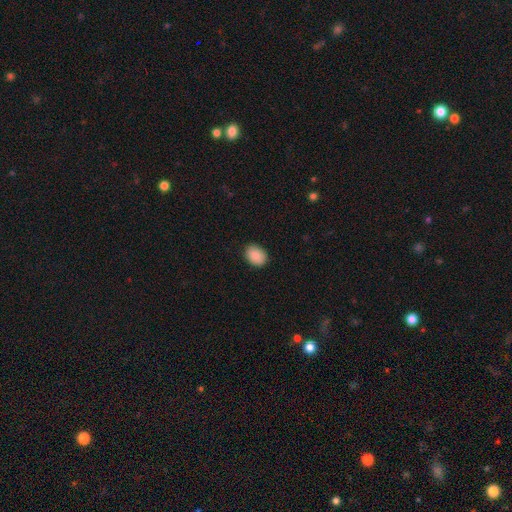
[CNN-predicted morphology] Smooth or featured? Predicted: smooth (p=0.90). How rounded? Predicted: in between (p=0.69). Merging? Predicted: none (p=0.88).